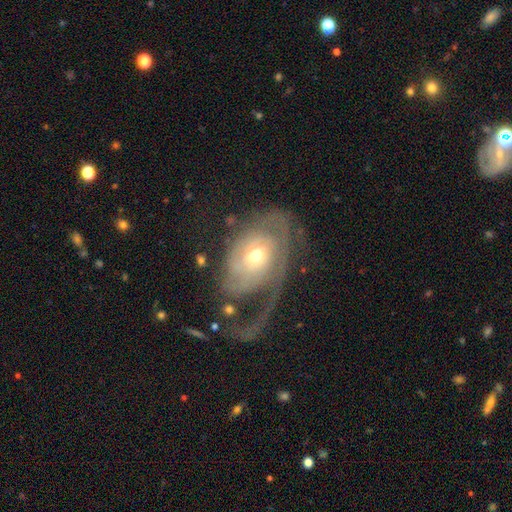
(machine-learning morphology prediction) This appears to be a featured or disk galaxy (73%) with no bar (75%), 1 (33%) tight (39%) spiral arms (78%) and a moderate central bulge (54%). Merging: major disturbance (51%).